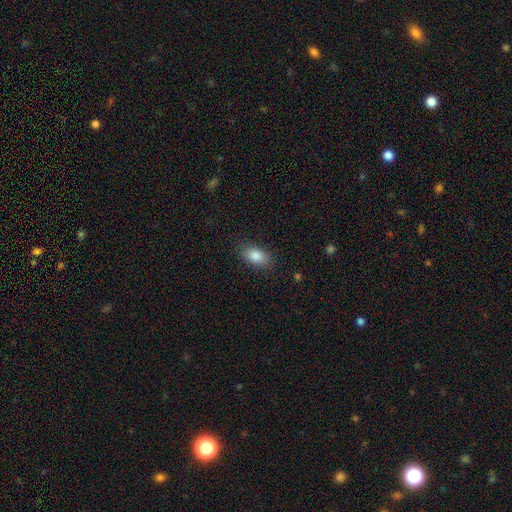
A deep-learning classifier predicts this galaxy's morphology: This appears to be a smooth galaxy with no disk features (85%) that is in between round and cigar-shaped (90%). Merging: none (84%).